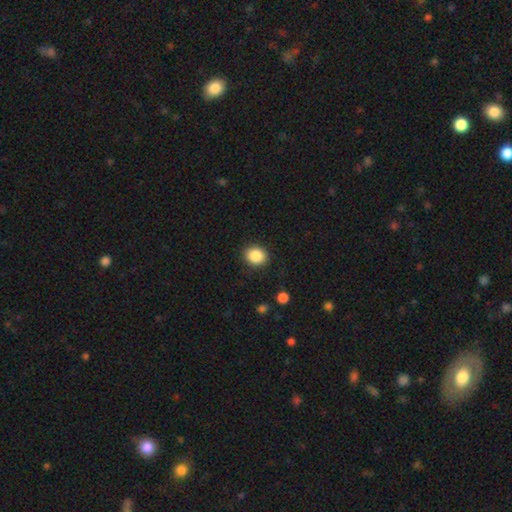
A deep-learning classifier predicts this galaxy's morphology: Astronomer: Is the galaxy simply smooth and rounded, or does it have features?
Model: smooth — 87%.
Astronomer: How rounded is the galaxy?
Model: round — 67%.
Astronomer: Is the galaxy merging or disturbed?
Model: none — 89%.